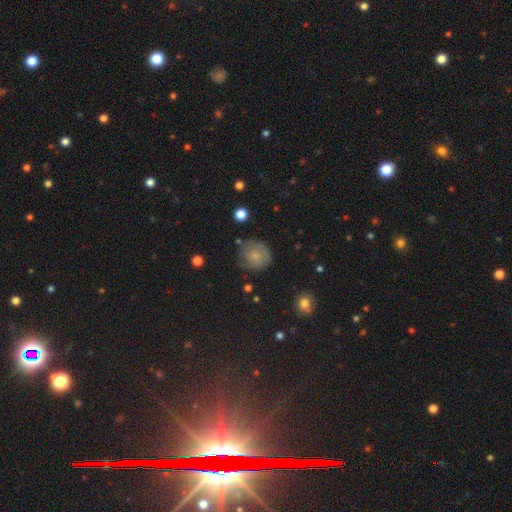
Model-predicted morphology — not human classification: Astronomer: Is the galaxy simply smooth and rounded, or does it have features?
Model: smooth — 66%.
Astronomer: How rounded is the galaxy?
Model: round — 85%.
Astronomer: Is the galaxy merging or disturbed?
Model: none — 65%.